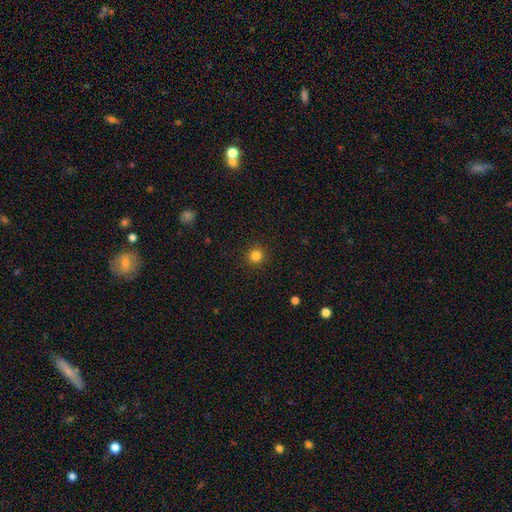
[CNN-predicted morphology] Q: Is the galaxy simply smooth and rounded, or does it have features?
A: smooth — 83%.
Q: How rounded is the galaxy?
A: round — 94%.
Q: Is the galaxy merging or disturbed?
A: none — 92%.